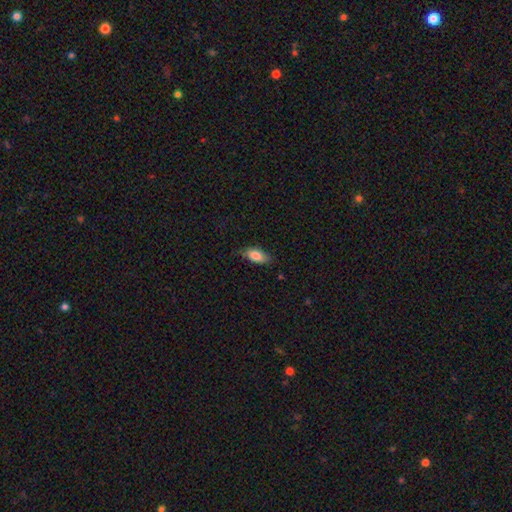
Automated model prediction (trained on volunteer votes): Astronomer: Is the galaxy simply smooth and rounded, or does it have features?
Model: smooth — 82%.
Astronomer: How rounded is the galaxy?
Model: in between — 88%.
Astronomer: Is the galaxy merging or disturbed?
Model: none — 76%.